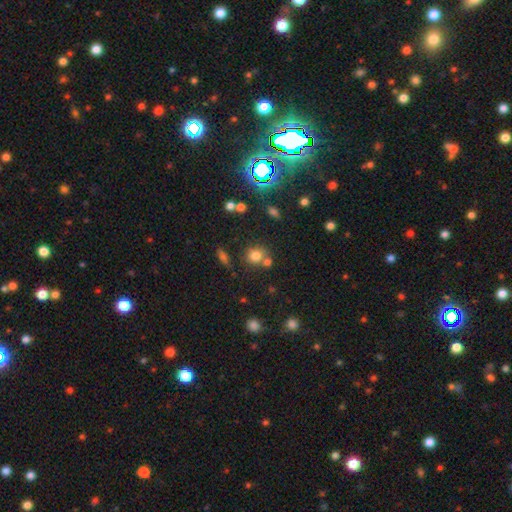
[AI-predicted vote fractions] Overall: smooth (73%). How rounded: round (80%). Merging: none (60%; merger 25%).